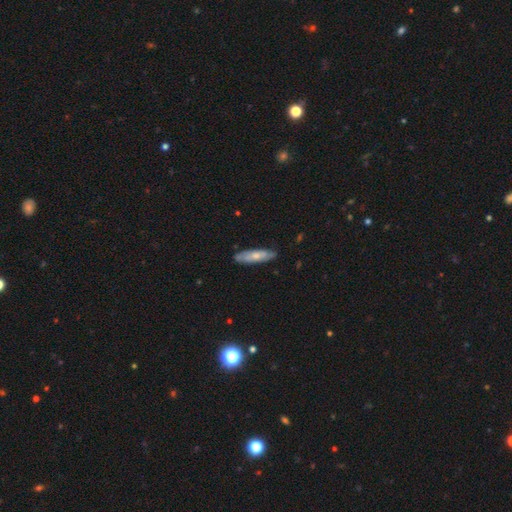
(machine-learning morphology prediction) The model was most divided on "smooth or featured": smooth: 57%, featured or disk: 37%, star or artifact: 5%. More confident: merging — none (82%); how rounded — cigar-shaped (65%).